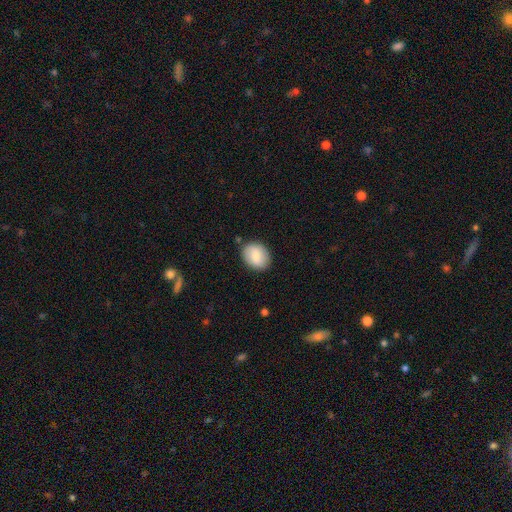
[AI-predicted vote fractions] This appears to be a smooth galaxy with no disk features (74%) that is in between round and cigar-shaped (51%). Merging: none (85%).